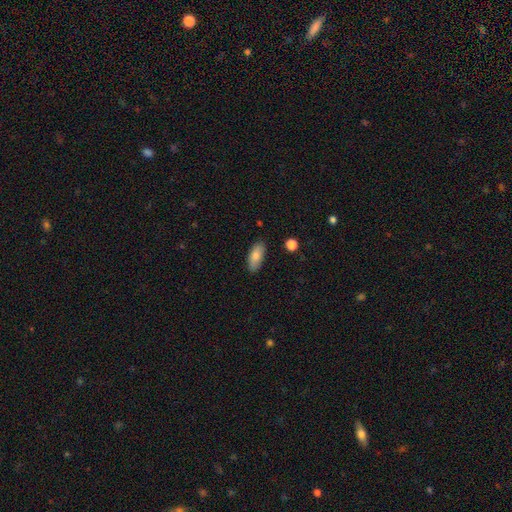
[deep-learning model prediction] Overall: smooth (83%). How rounded: in between (82%). Merging: none (84%).